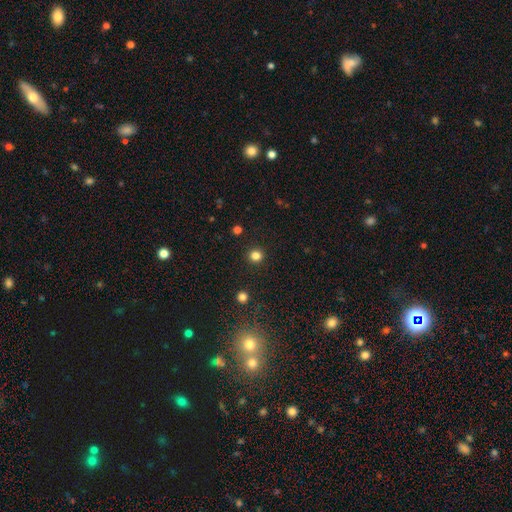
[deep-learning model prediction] A smooth galaxy with no disk features (82%) that is round (92%).

Vote fractions:
- Smooth or featured? smooth: 82% / star or artifact: 14% / featured or disk: 4%
- How rounded? round: 92% / in between: 7% / cigar-shaped: 1%
- Merging? none: 92% / minor disturbance: 5% / major disturbance: 2% / merger: 1%